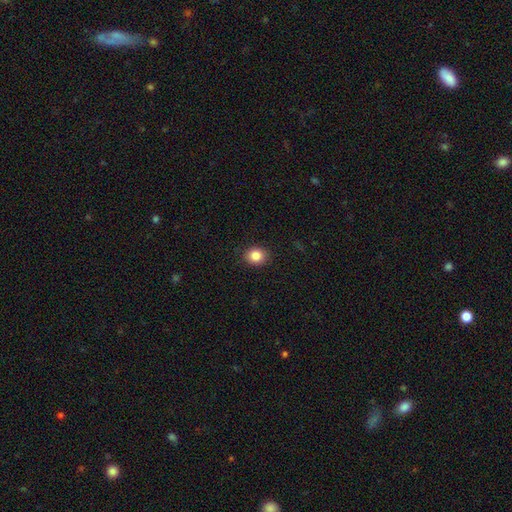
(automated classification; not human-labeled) A smooth galaxy with no disk features (85%) that is round (74%).

Vote fractions:
- Smooth or featured? smooth: 85% / star or artifact: 10% / featured or disk: 5%
- How rounded? round: 74% / in between: 25% / cigar-shaped: 1%
- Merging? none: 90% / minor disturbance: 7% / major disturbance: 2% / merger: 1%